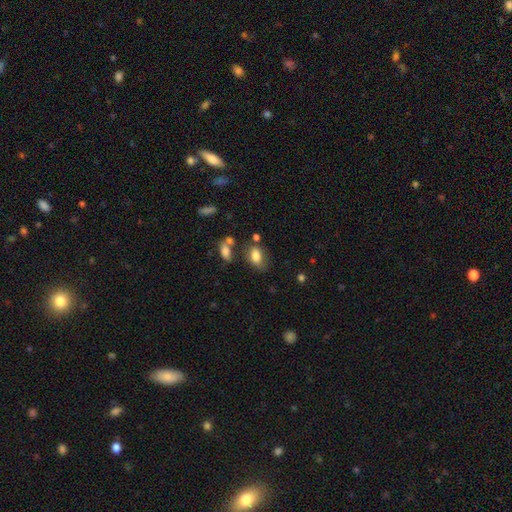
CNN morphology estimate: This appears to be a smooth galaxy with no disk features (80%) that is in between round and cigar-shaped (88%). Merging: none (60%).